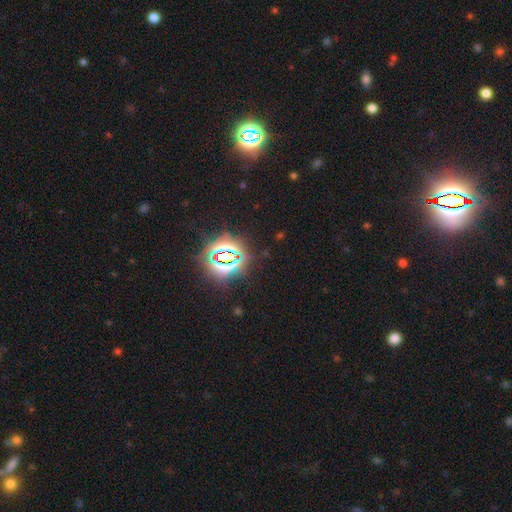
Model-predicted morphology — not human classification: smooth-or-featured: star or artifact: 82% | smooth: 12% | featured or disk: 7%